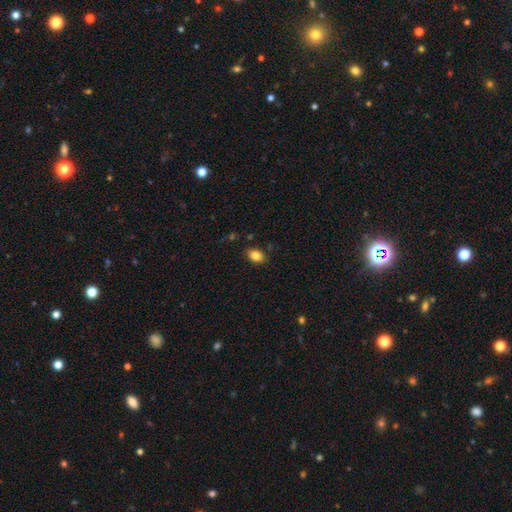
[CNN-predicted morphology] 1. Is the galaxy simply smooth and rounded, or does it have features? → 85% smooth, 9% star or artifact, 7% featured or disk.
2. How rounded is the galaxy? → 83% in between, 15% round, 1% cigar-shaped.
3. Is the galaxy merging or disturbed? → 84% none, 12% minor disturbance, 3% major disturbance, 2% merger.